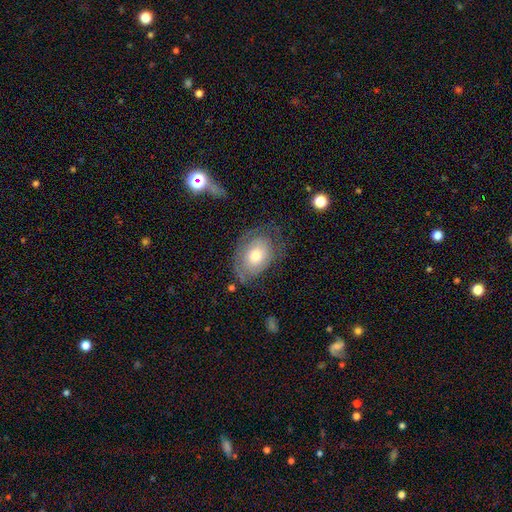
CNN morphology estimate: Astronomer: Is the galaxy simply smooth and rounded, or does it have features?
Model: smooth — 49% (runner-up: featured or disk, 43%).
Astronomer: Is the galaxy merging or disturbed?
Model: none — 56%.